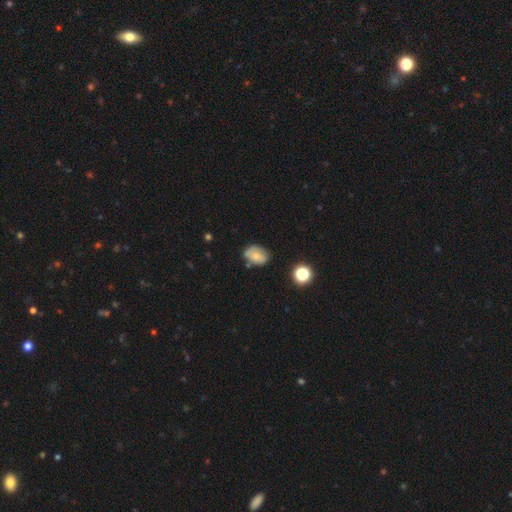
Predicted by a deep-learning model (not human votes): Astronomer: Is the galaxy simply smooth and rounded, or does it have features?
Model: smooth — 67%.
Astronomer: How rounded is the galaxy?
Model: in between — 75%.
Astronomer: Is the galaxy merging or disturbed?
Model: none — 61%.